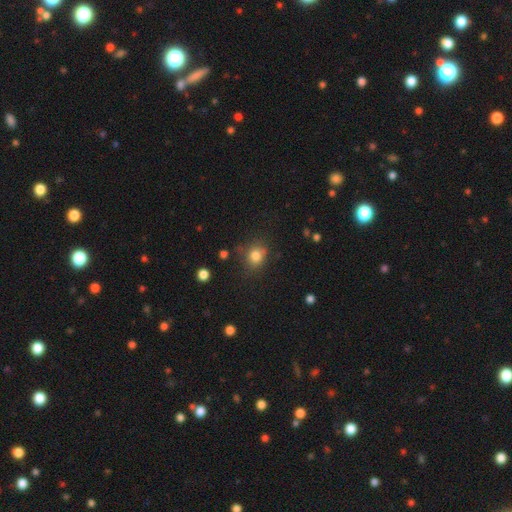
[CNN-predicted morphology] This is clearly a smooth galaxy (80%). How rounded: likely round (73%). Merging: likely none (72%).